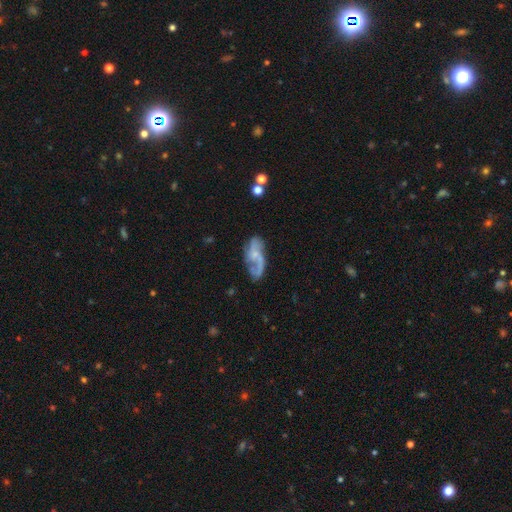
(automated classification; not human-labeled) Smooth or featured?
  - featured or disk: 74% *
  - smooth: 19%
  - star or artifact: 7%
Edge-on disk?
  - no: 95% *
  - yes: 5%
Bar?
  - no: 61% *
  - weak: 33%
  - strong: 7%
Spiral arms?
  - yes: 87% *
  - no: 13%
Spiral winding?
  - loose: 48% *
  - medium: 38%
  - tight: 14%
Spiral arm count?
  - 2: 65% *
  - can't tell: 14%
  - 1: 8%
  - 3: 8%
  - 4: 2%
  - more than 4: 2%
Bulge size?
  - small: 56% *
  - none: 23%
  - moderate: 18%
  - large: 2%
  - dominant: 1%
Merging?
  - none: 53% *
  - minor disturbance: 24%
  - major disturbance: 19%
  - merger: 5%